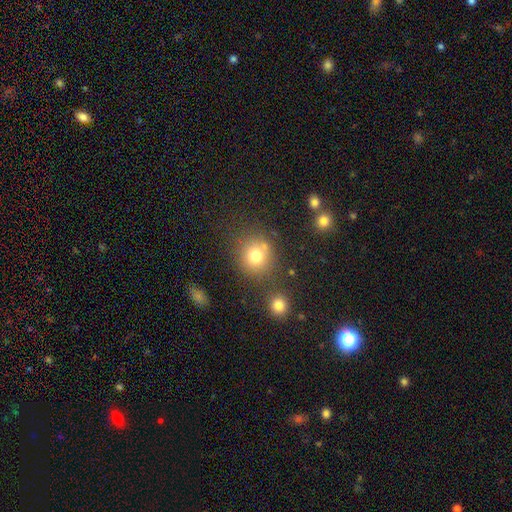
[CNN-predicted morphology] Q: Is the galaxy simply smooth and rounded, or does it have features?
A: smooth — 77%.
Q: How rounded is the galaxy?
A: round — 86%.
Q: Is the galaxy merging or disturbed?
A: none — 73%.